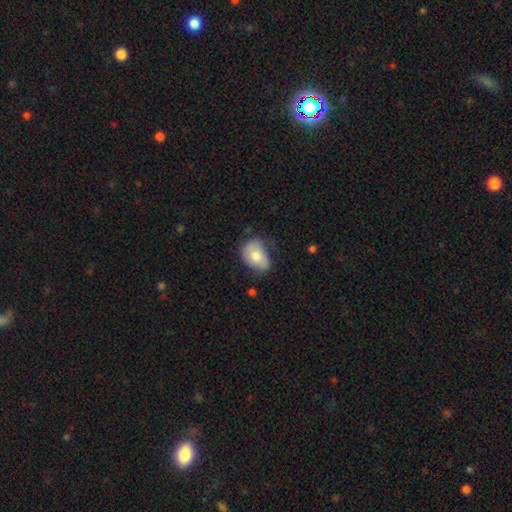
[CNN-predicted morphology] type=smooth (71%); roundness=in between (75%); merging=none (53%).